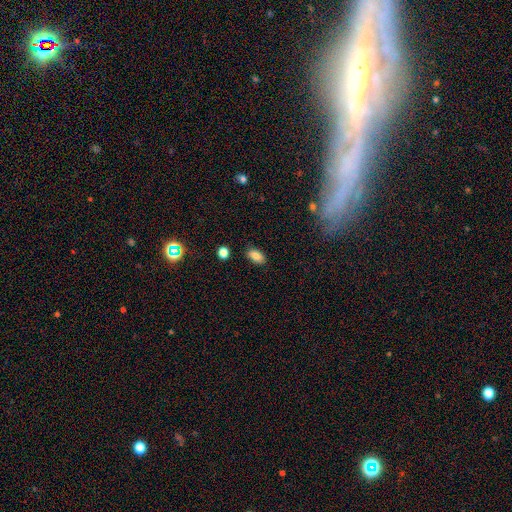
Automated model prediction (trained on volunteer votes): smooth-or-featured: smooth: 84% | star or artifact: 10% | featured or disk: 6%
  how-rounded: in between: 90% | round: 6% | cigar-shaped: 4%
  merging: none: 86% | minor disturbance: 9% | major disturbance: 2% | merger: 2%